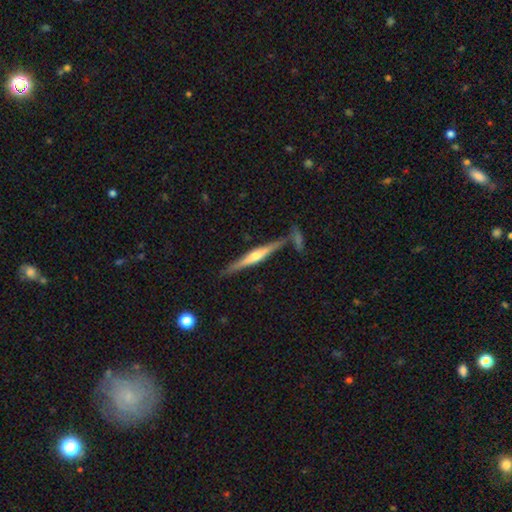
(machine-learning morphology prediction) Smooth or featured?
  - featured or disk: 71% *
  - smooth: 23%
  - star or artifact: 6%
Edge-on disk?
  - yes: 97% *
  - no: 3%
Edge-on bulge?
  - rounded: 84% *
  - none: 9%
  - boxy: 7%
Merging?
  - none: 80% *
  - minor disturbance: 10%
  - merger: 7%
  - major disturbance: 2%